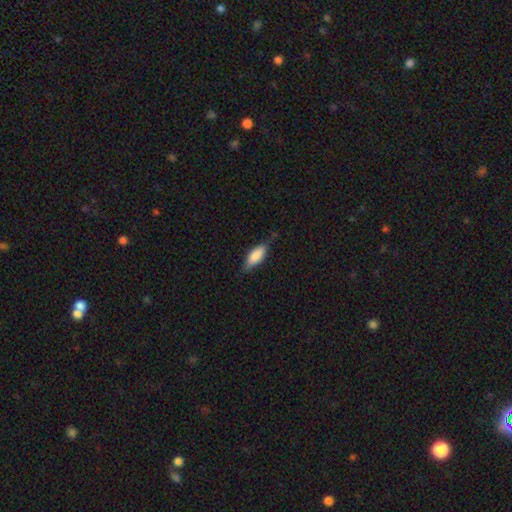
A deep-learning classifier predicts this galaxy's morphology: A smooth galaxy with no disk features (79%) that is in between round and cigar-shaped (75%).

Vote fractions:
- Smooth or featured? smooth: 79% / featured or disk: 15% / star or artifact: 6%
- How rounded? in between: 75% / cigar-shaped: 22% / round: 2%
- Merging? none: 69% / minor disturbance: 24% / major disturbance: 5% / merger: 2%